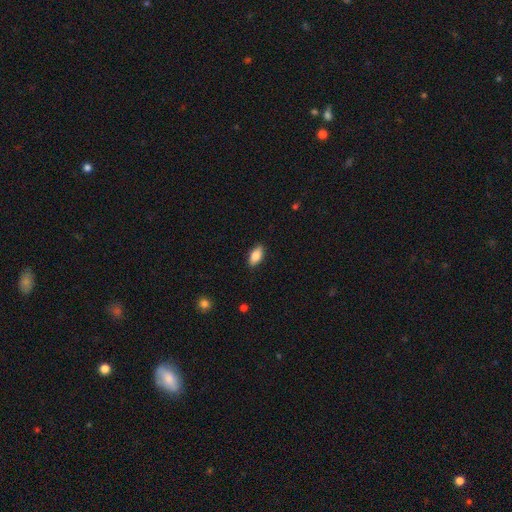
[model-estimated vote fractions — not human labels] This is clearly a smooth galaxy (82%). How rounded: clearly in between (90%). Merging: clearly none (88%).